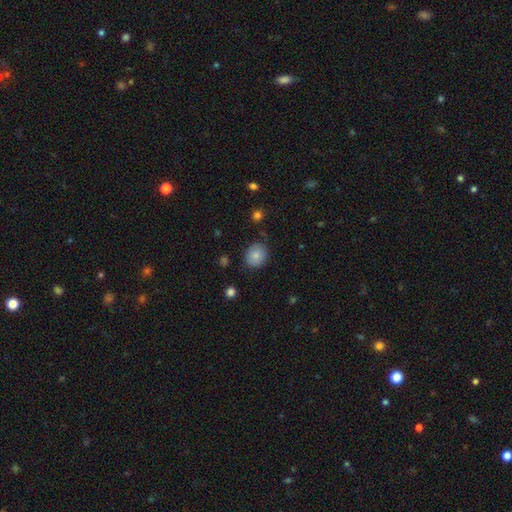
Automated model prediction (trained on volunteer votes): Overall: smooth (80%). How rounded: round (70%). Merging: none (79%).